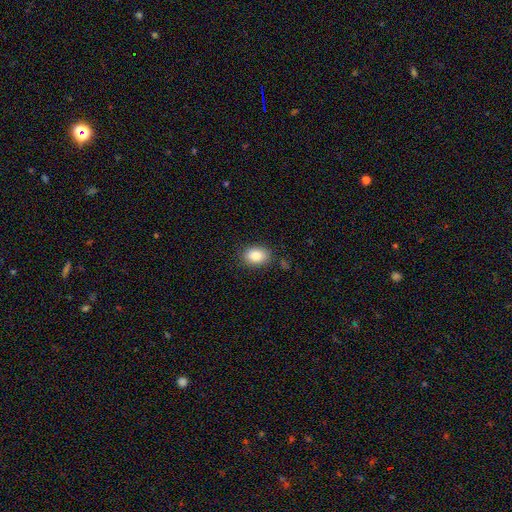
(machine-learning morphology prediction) Smooth or featured?
  - smooth: 85% *
  - star or artifact: 8%
  - featured or disk: 7%
How rounded?
  - in between: 70% *
  - round: 28%
  - cigar-shaped: 1%
Merging?
  - none: 84% *
  - minor disturbance: 12%
  - major disturbance: 3%
  - merger: 2%